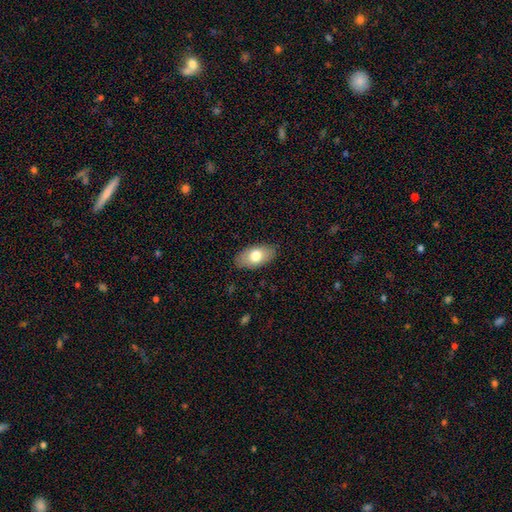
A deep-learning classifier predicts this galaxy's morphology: Smooth or featured? Predicted: smooth (p=0.74). How rounded? Predicted: in between (p=0.93). Merging? Predicted: none (p=0.86).